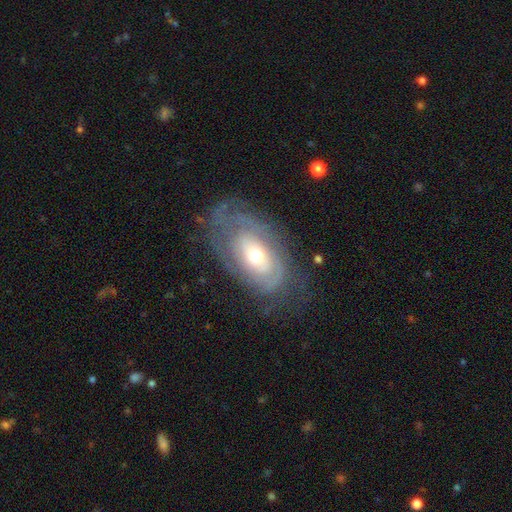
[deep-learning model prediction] This appears to be a featured or disk galaxy (71%) with no bar (80%), spiral arms (69%) and a moderate central bulge (60%). Merging: none (61%).